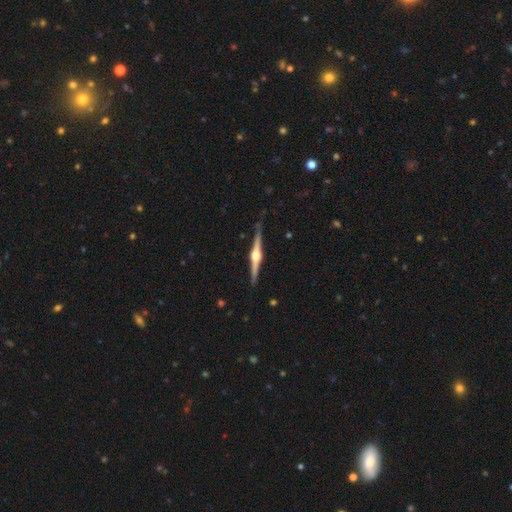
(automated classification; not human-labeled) Smooth or featured? Predicted: featured or disk (p=0.86). Edge-on disk? Predicted: yes (p=0.99). Edge-on bulge? Predicted: rounded (p=0.95). Merging? Predicted: none (p=0.89).